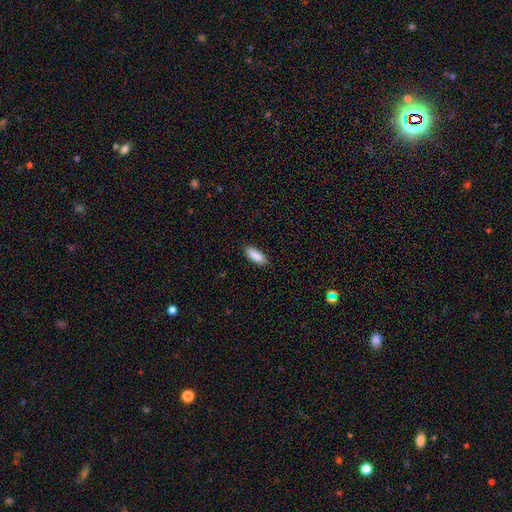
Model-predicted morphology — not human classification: smooth 90%, star or artifact 6%, featured or disk 5%. Down the decision tree: how rounded — in between (74%); merging — none (88%).